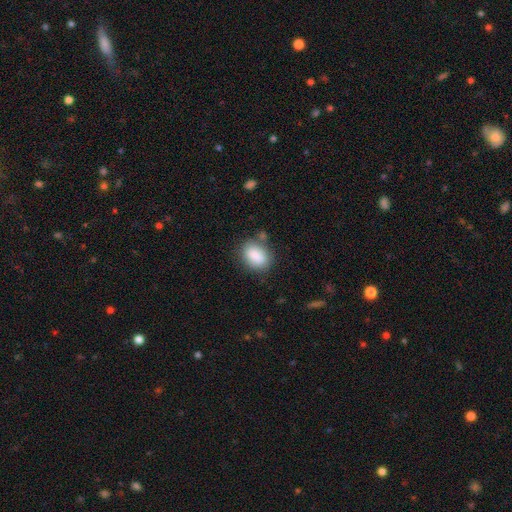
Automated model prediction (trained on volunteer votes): The model was most divided on "merging": none: 73%, minor disturbance: 16%, merger: 7%, major disturbance: 5%. More confident: smooth or featured — smooth (87%); how rounded — in between (81%).